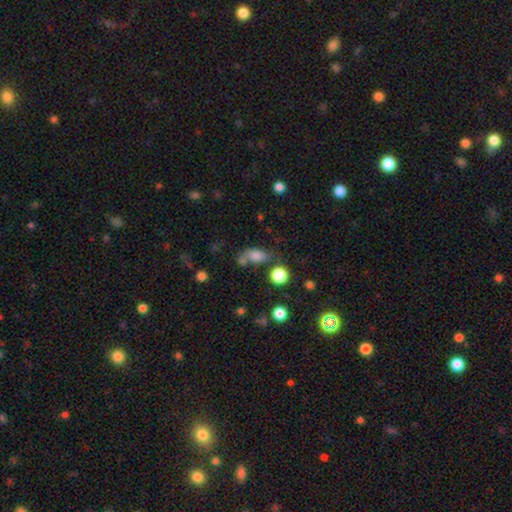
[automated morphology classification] Overall: smooth (75%). How rounded: in between (78%). Merging: none (44%; merger 24%).